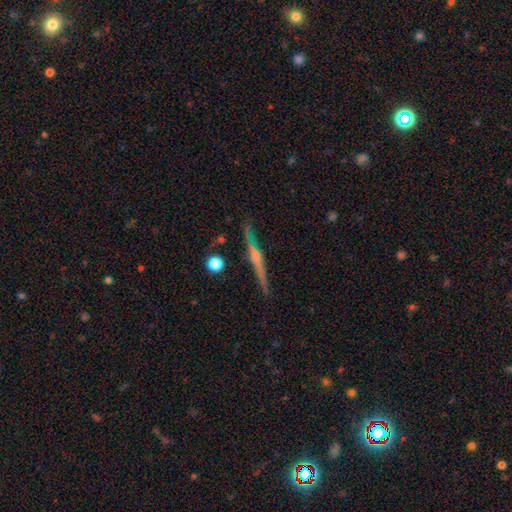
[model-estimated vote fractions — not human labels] smooth_or_featured: featured or disk (p=0.74) [alt: smooth p=0.18]
disk_edge_on: yes (p=0.97) [alt: no p=0.03]
edge_on_bulge: rounded (p=0.58) [alt: none p=0.30]
merging: none (p=0.85) [alt: minor disturbance p=0.11]